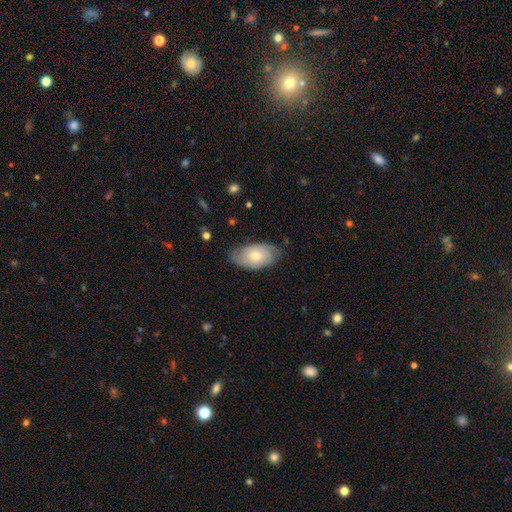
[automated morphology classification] This is possibly a smooth galaxy (58%). How rounded: clearly in between (93%). Merging: likely none (71%).